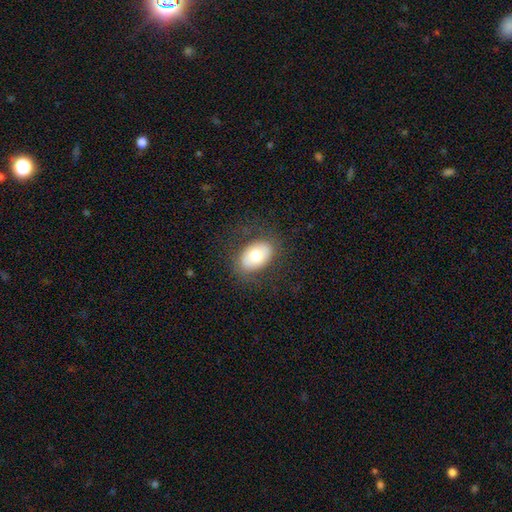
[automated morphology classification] type=smooth (72%); roundness=in between (87%); merging=none (79%).